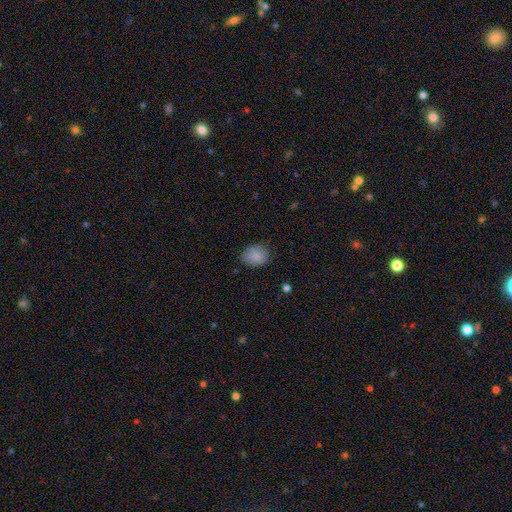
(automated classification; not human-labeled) Morphology: type=smooth (86%); roundness=round (51%); merging=none (81%).